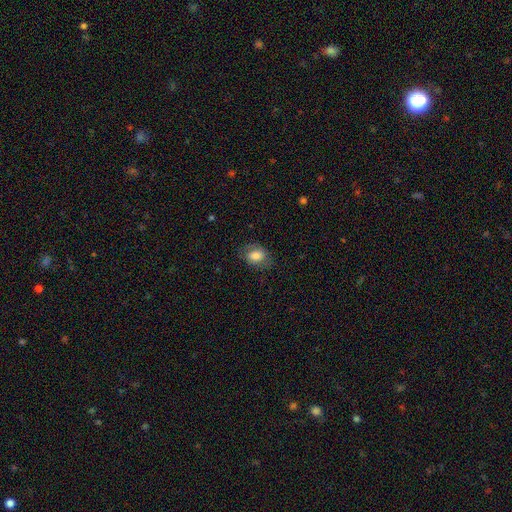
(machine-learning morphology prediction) Smooth or featured?
  - smooth: 76% *
  - featured or disk: 15%
  - star or artifact: 8%
How rounded?
  - in between: 74% *
  - round: 25%
  - cigar-shaped: 1%
Merging?
  - none: 72% *
  - minor disturbance: 19%
  - major disturbance: 8%
  - merger: 1%